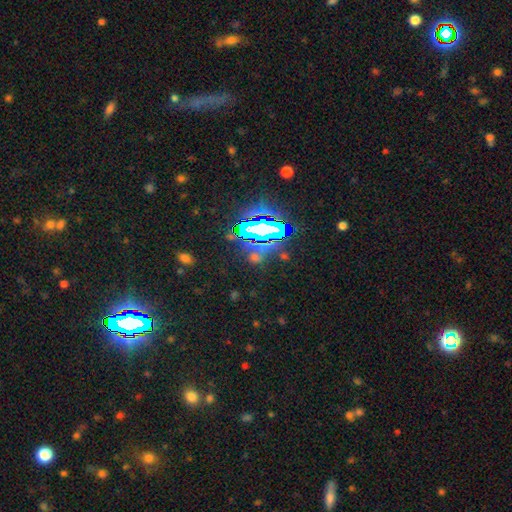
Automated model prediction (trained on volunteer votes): Smooth or featured? Predicted: star or artifact (p=0.76).